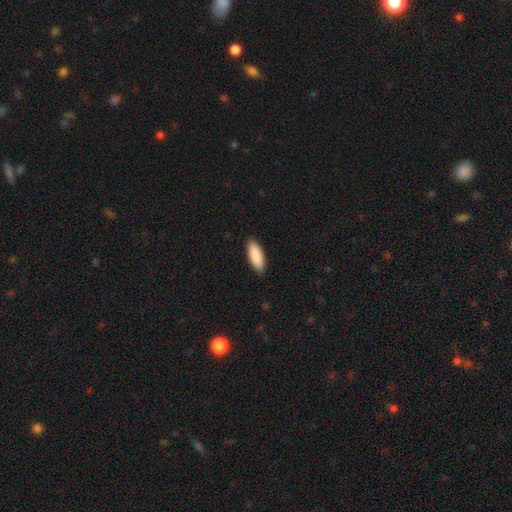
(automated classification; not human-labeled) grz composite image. It shows a smooth galaxy with no disk features (90%) that is in between round and cigar-shaped (73%). Merging: none (89%).